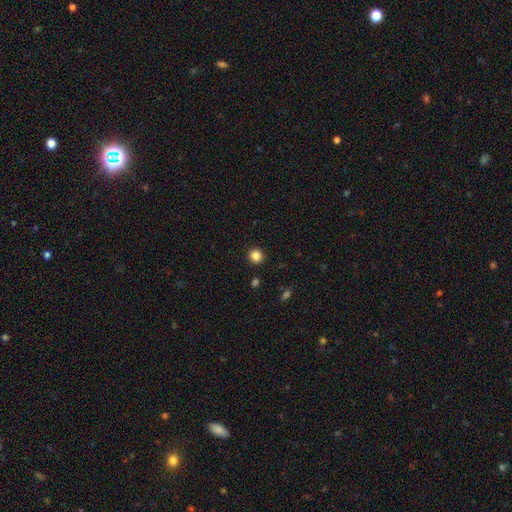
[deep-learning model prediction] A smooth galaxy with no disk features (85%) that is round (91%).

Vote fractions:
- Smooth or featured? smooth: 85% / star or artifact: 11% / featured or disk: 4%
- How rounded? round: 91% / in between: 8% / cigar-shaped: 1%
- Merging? none: 92% / minor disturbance: 5% / major disturbance: 2% / merger: 1%